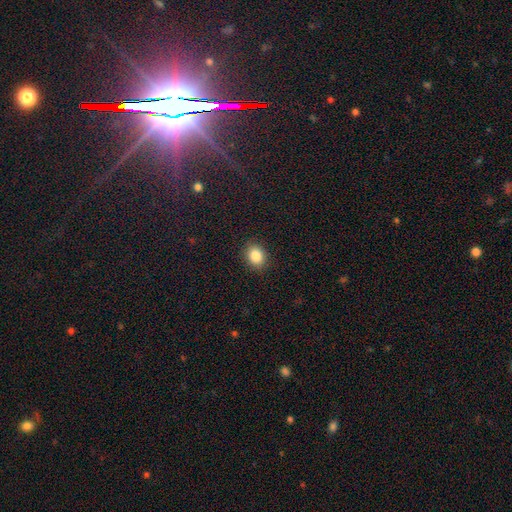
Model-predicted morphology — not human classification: type=smooth (86%); roundness=in between (50%); merging=none (90%).